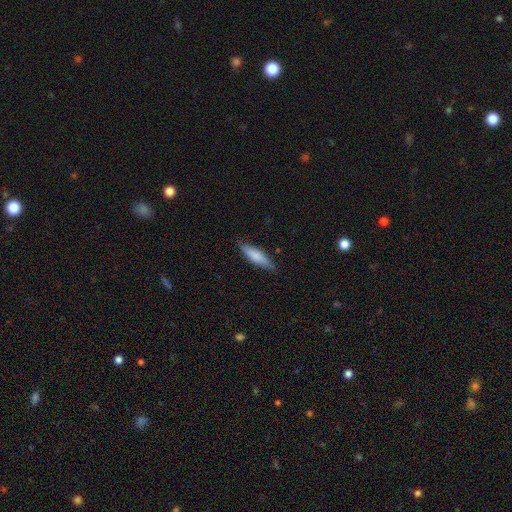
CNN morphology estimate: smooth_or_featured: smooth (p=0.75) [alt: featured or disk p=0.19]
how_rounded: cigar-shaped (p=0.68) [alt: in between p=0.30]
merging: none (p=0.82) [alt: minor disturbance p=0.14]